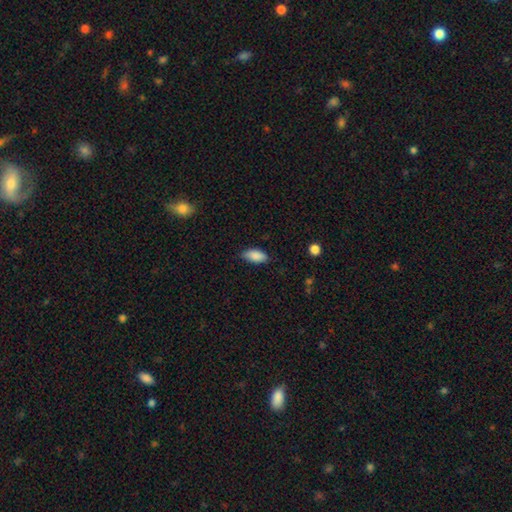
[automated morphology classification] Overall: smooth (88%). How rounded: in between (91%). Merging: none (74%).